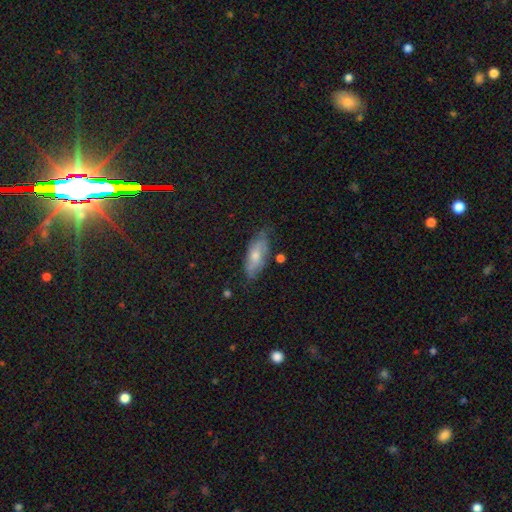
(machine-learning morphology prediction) type=smooth (64%); roundness=in between (77%); merging=none (66%).